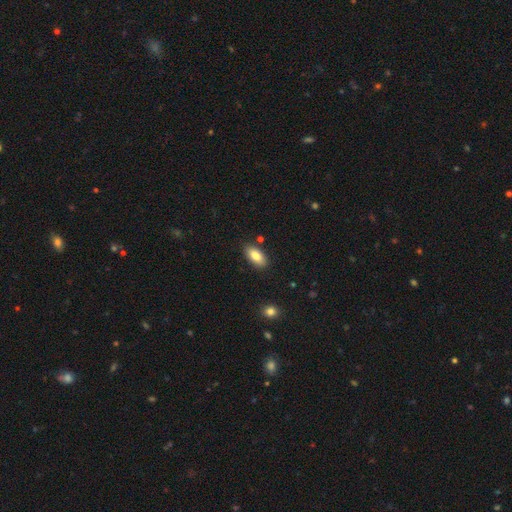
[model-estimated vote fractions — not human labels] Overall: smooth (85%). How rounded: in between (91%). Merging: none (86%).